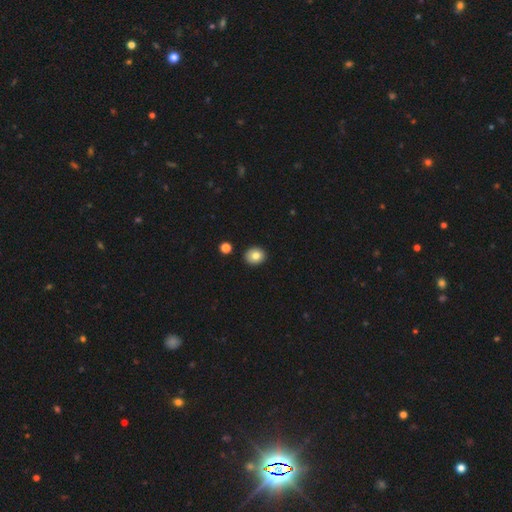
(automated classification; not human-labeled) This appears to be a smooth galaxy with no disk features (80%) that is round (70%). Merging: none (89%).